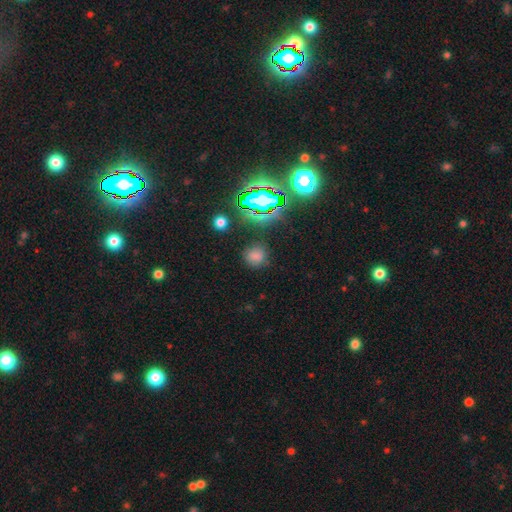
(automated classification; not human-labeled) Smooth or featured? Predicted: smooth (p=0.65). How rounded? Predicted: round (p=0.78). Merging? Predicted: none (p=0.81).